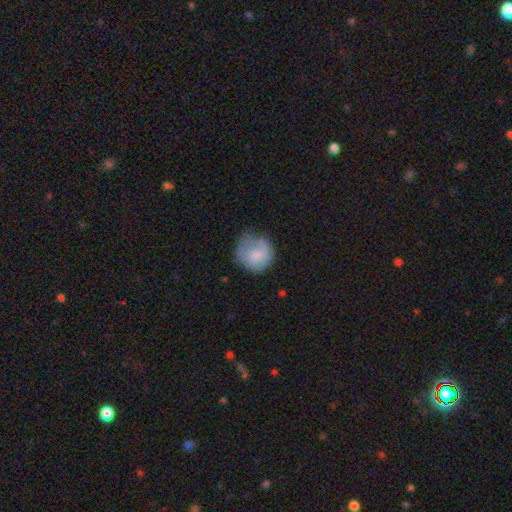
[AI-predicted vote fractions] Q: Smooth or featured?
A: smooth (65%); runner-up: featured or disk (28%)
Q: How rounded?
A: round (87%); runner-up: in between (12%)
Q: Merging?
A: none (57%); runner-up: minor disturbance (28%)